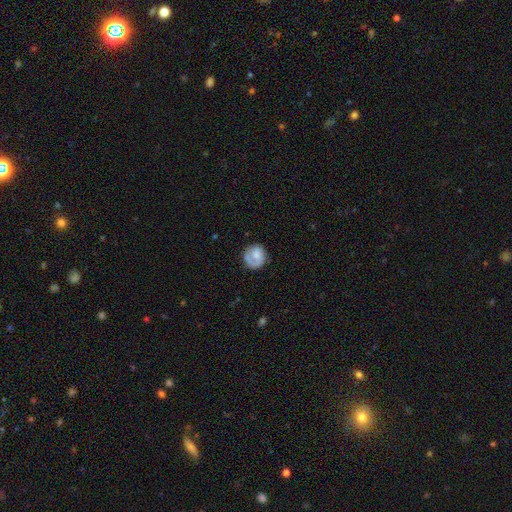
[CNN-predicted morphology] type=smooth (57%); roundness=round (83%); merging=none (67%).